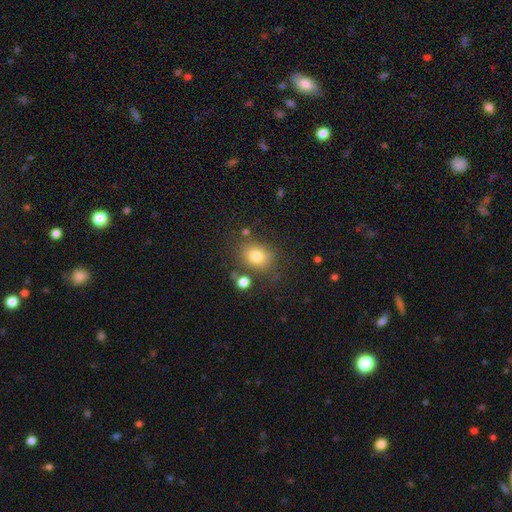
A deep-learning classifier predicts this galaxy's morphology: Smooth or featured? smooth (77%)
How rounded? round (52%)
Merging? none (75%)